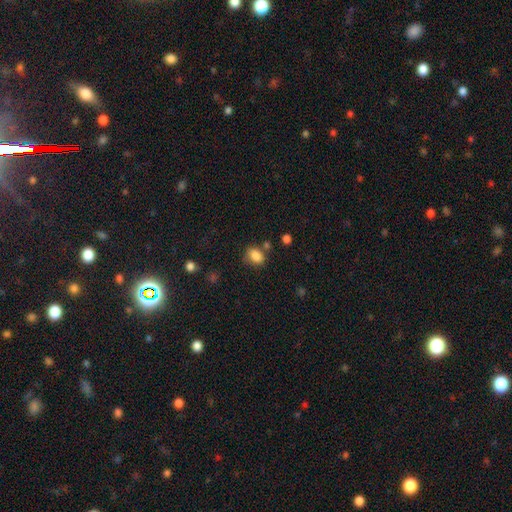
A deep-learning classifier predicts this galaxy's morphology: A smooth galaxy with no disk features (84%) that is in between round and cigar-shaped (63%). Merging: none (62%).